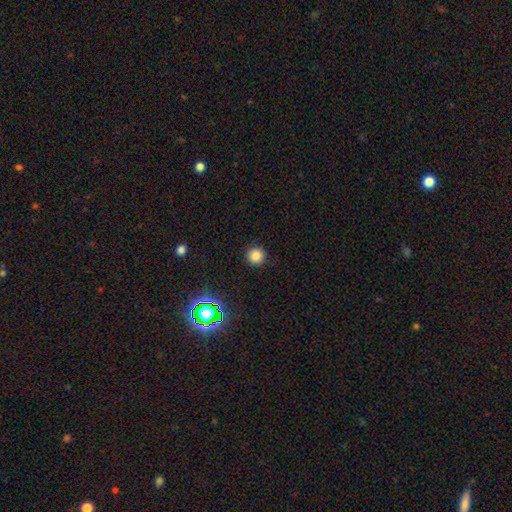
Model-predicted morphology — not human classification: The model was most divided on "smooth or featured": smooth: 80%, star or artifact: 15%, featured or disk: 5%. More confident: how rounded — round (95%); merging — none (92%).